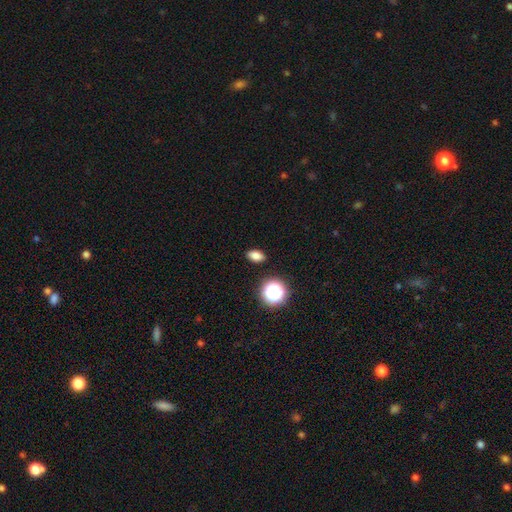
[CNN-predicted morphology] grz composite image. It shows a smooth galaxy with no disk features (79%) that is in between round and cigar-shaped (81%). Merging: none (89%).